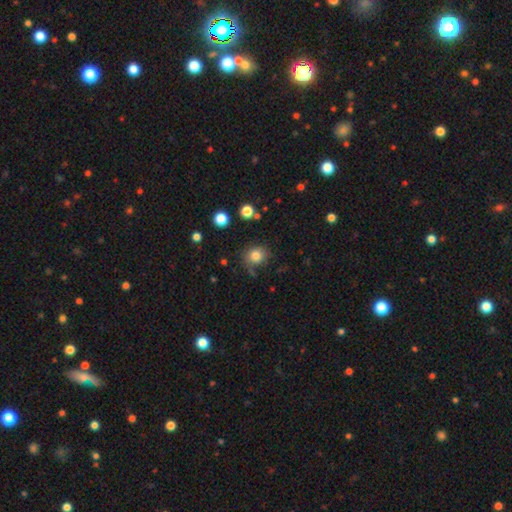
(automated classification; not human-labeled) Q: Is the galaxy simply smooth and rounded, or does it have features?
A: smooth — 80%.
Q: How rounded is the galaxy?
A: round — 79%.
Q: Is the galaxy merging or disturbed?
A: none — 70%.